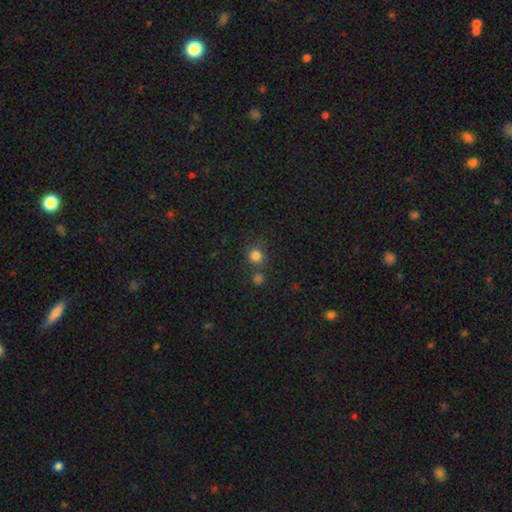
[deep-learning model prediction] Q: Smooth or featured?
A: smooth (81%); runner-up: star or artifact (14%)
Q: How rounded?
A: round (90%); runner-up: in between (9%)
Q: Merging?
A: none (72%); runner-up: merger (15%)